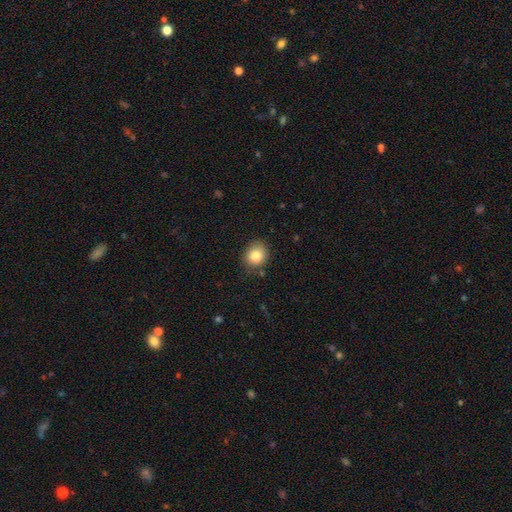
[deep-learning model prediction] This is clearly a smooth galaxy (84%). How rounded: likely round (72%). Merging: likely none (80%).